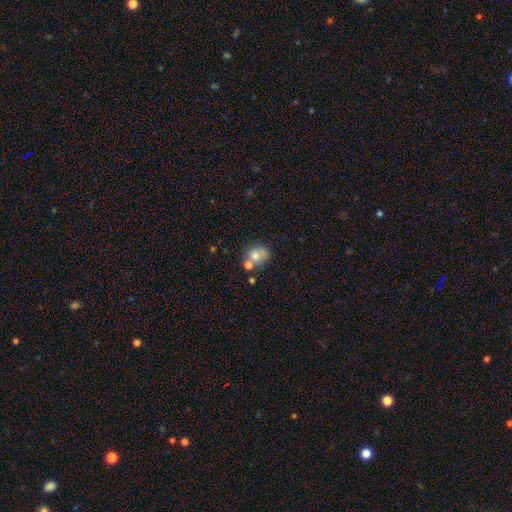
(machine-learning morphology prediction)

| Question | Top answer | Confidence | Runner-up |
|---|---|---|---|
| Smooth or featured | smooth | 72% | featured or disk (17%) |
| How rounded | round | 65% | in between (34%) |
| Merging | none | 44% | merger (33%) |